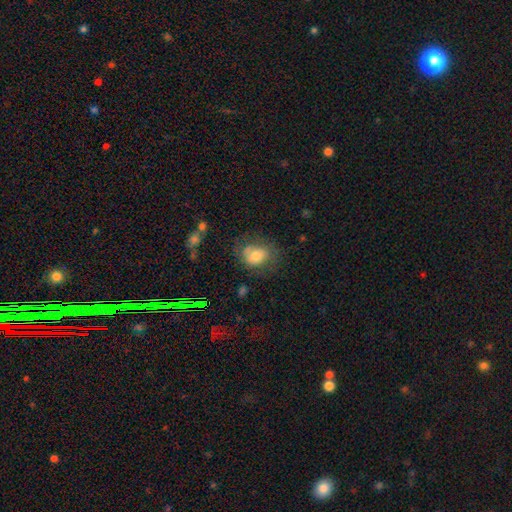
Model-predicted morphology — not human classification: Smooth or featured?
  - smooth: 68% *
  - featured or disk: 23%
  - star or artifact: 9%
How rounded?
  - in between: 55% *
  - round: 44%
  - cigar-shaped: 1%
Merging?
  - none: 55% *
  - minor disturbance: 26%
  - major disturbance: 16%
  - merger: 3%